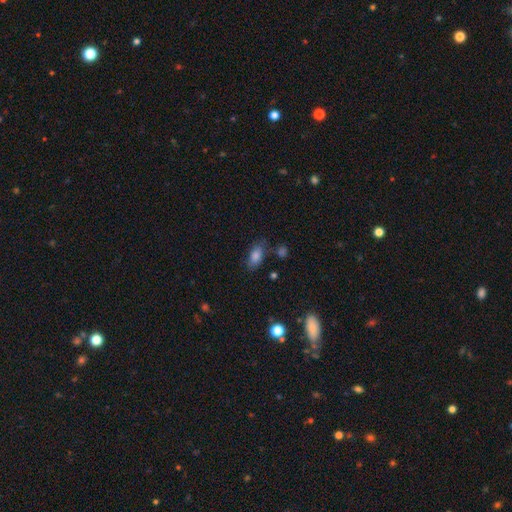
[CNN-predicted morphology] Overall: smooth (82%). How rounded: in between (87%). Merging: none (72%).